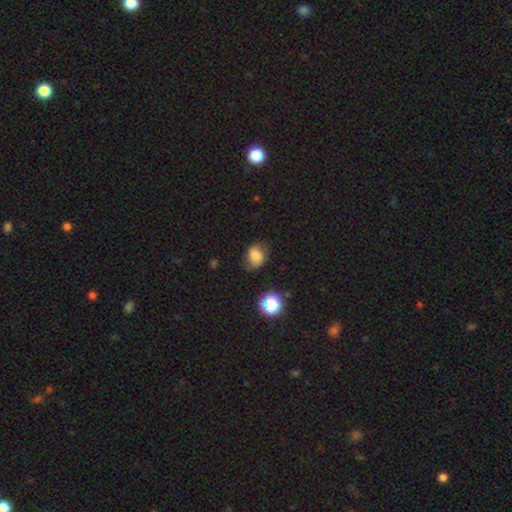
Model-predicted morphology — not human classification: type=smooth (70%); roundness=in between (54%); merging=none (56%).